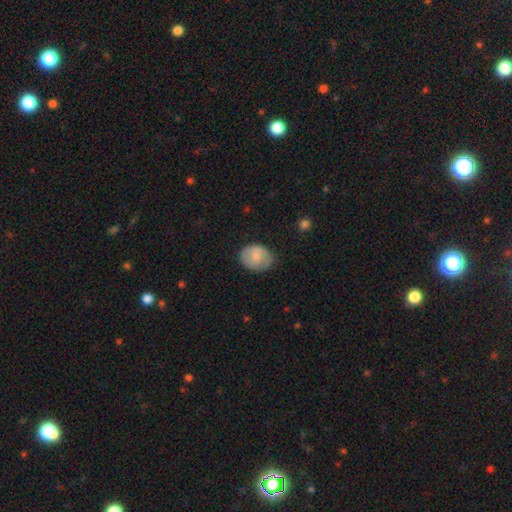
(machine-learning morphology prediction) A smooth galaxy with no disk features (72%) that is in between round and cigar-shaped (56%).

Vote fractions:
- Smooth or featured? smooth: 72% / featured or disk: 22% / star or artifact: 7%
- How rounded? in between: 56% / round: 43% / cigar-shaped: 1%
- Merging? none: 73% / minor disturbance: 22% / major disturbance: 4% / merger: 1%